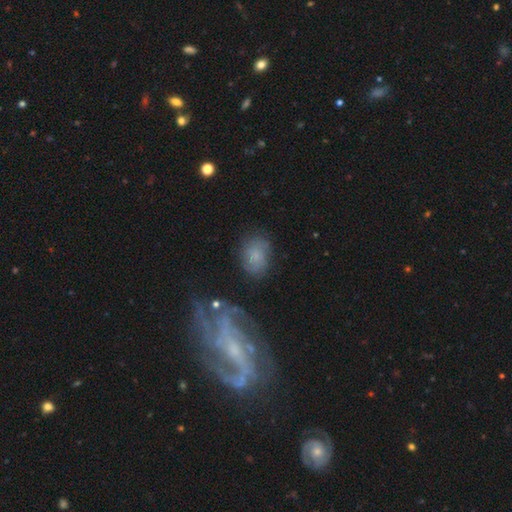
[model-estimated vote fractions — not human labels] smooth_or_featured: smooth (p=0.60) [alt: featured or disk p=0.29]
how_rounded: in between (p=0.68) [alt: round p=0.31]
merging: none (p=0.68) [alt: minor disturbance p=0.18]